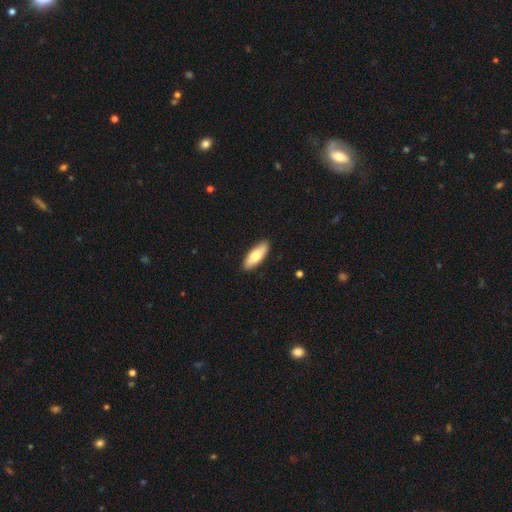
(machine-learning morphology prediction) The model was most divided on "how rounded": in between: 63%, cigar-shaped: 35%, round: 2%. More confident: merging — none (90%); smooth or featured — smooth (72%).